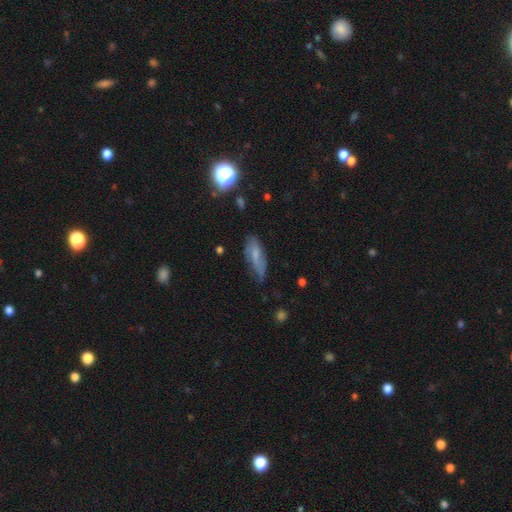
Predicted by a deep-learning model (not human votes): A smooth galaxy with no disk features (54%) that is in between round and cigar-shaped (63%). Merging: none (59%).